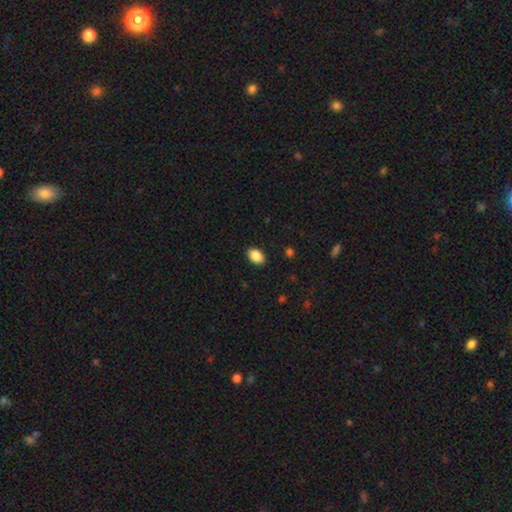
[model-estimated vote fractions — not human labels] A smooth galaxy with no disk features (89%) that is in between round and cigar-shaped (84%). Merging: none (89%).